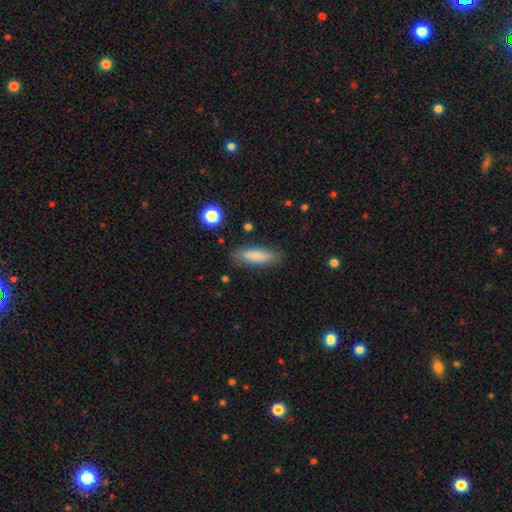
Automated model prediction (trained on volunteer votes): Morphology: type=smooth (84%); roundness=in between (50%); merging=none (82%).